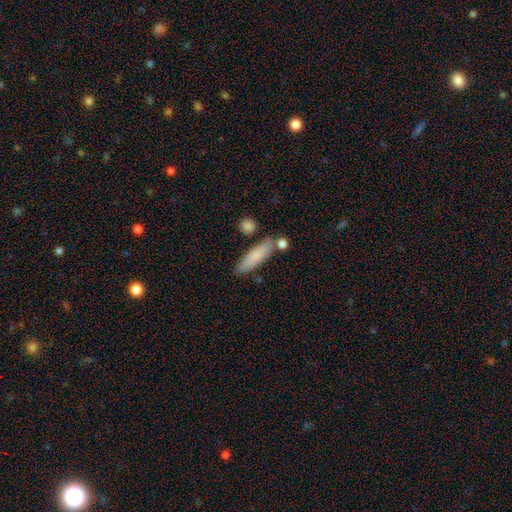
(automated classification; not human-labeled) Morphology: type=smooth (78%); roundness=cigar-shaped (65%); merging=none (74%).